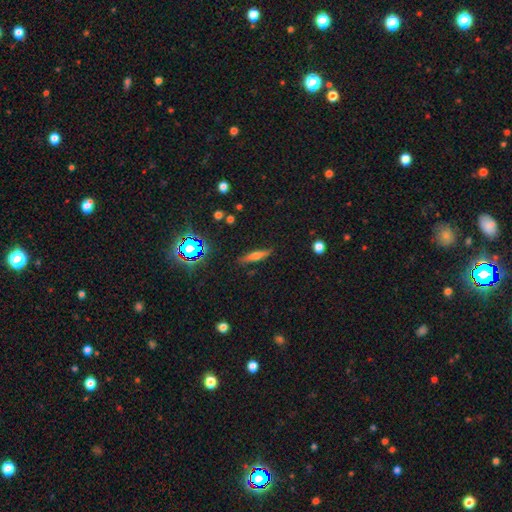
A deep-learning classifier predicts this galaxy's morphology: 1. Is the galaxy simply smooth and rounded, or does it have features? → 52% smooth, 34% featured or disk, 14% star or artifact.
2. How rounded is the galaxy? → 76% cigar-shaped, 20% in between, 4% round.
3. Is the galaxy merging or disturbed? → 85% none, 10% minor disturbance, 3% major disturbance, 2% merger.